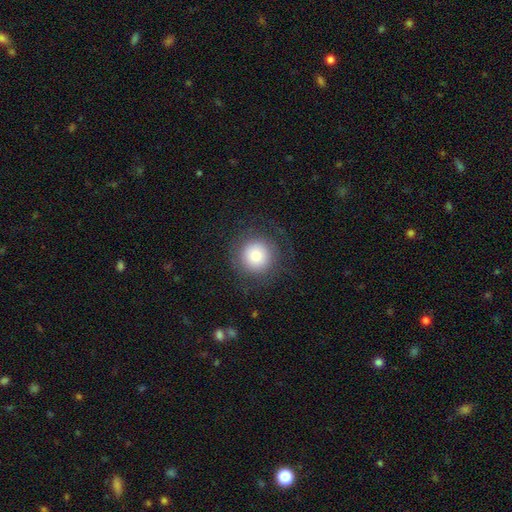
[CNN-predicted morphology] Smooth or featured? Predicted: smooth (p=0.72). How rounded? Predicted: round (p=0.96). Merging? Predicted: none (p=0.83).